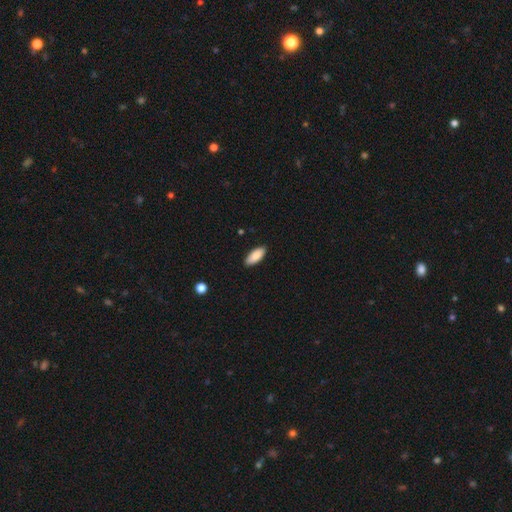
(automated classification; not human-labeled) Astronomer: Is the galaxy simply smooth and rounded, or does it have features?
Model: smooth — 87%.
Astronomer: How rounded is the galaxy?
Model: in between — 83%.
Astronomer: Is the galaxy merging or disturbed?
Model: none — 89%.